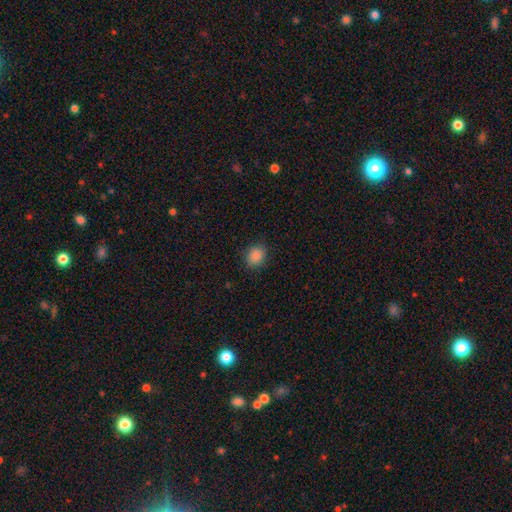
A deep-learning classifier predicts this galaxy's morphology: Overall: smooth (86%). How rounded: round (58%; in between 41%). Merging: none (88%).